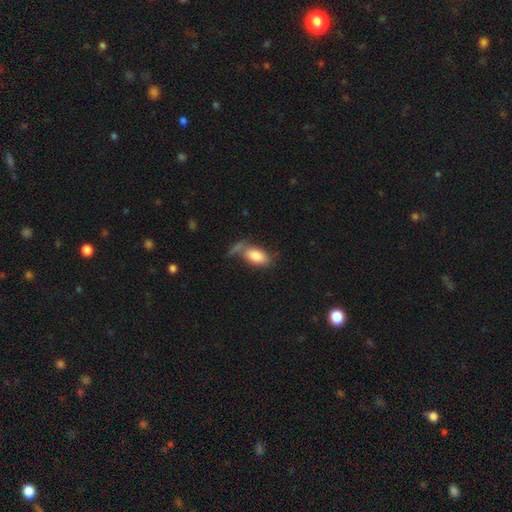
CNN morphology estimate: Overall: smooth (82%). How rounded: in between (92%). Merging: none (48%; minor disturbance 20%).